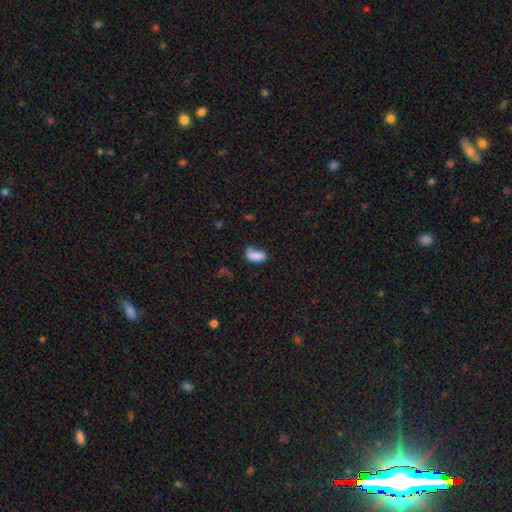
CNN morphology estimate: This appears to be a smooth galaxy with no disk features (80%) that is in between round and cigar-shaped (91%). Merging: none (40%).